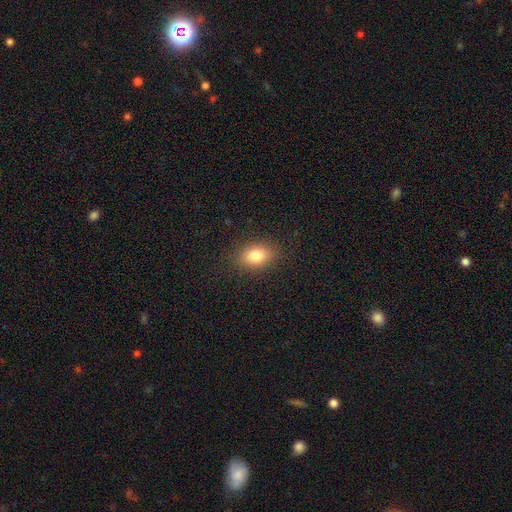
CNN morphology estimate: Overall: smooth (81%). How rounded: in between (78%). Merging: none (87%).